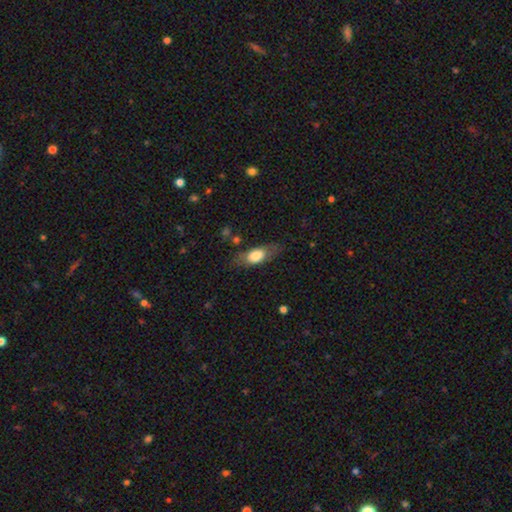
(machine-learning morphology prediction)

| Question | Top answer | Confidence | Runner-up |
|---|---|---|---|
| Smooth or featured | smooth | 68% | featured or disk (25%) |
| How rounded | in between | 76% | cigar-shaped (20%) |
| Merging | none | 71% | minor disturbance (19%) |